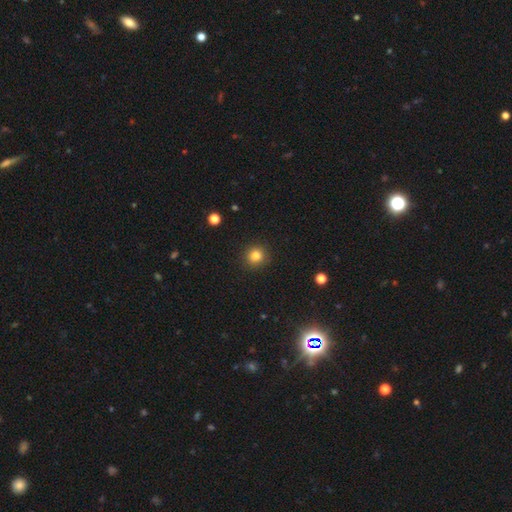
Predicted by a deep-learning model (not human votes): Smooth or featured?
  - smooth: 83% *
  - star or artifact: 12%
  - featured or disk: 5%
How rounded?
  - round: 92% *
  - in between: 7%
  - cigar-shaped: 1%
Merging?
  - none: 91% *
  - minor disturbance: 6%
  - major disturbance: 2%
  - merger: 1%